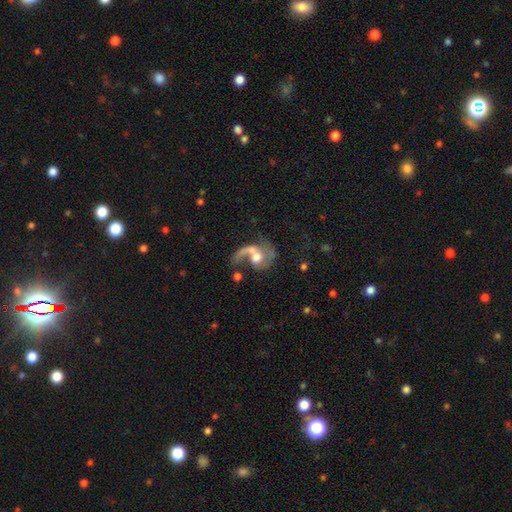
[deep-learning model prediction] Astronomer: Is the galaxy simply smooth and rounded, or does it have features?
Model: featured or disk — 71%.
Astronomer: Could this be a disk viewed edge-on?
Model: no — 97%.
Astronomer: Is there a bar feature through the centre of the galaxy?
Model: no — 67%.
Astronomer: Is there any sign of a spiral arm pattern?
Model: yes — 81%.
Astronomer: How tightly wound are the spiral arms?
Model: loose — 67%.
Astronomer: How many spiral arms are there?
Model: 1 — 72%.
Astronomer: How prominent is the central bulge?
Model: moderate — 56%.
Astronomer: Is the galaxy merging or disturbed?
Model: major disturbance — 39% (runner-up: none, 25%).